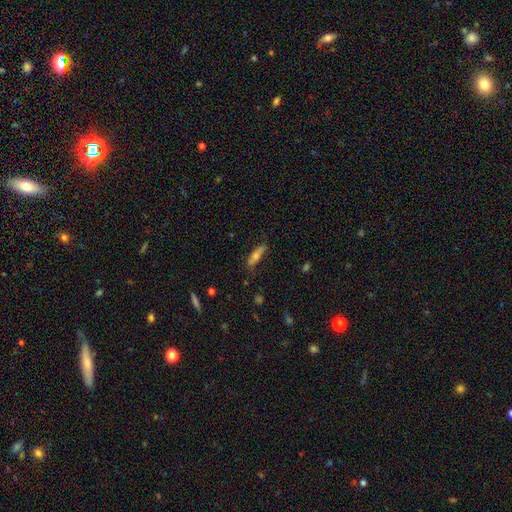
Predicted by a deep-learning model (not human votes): Smooth or featured? smooth (58%)
How rounded? cigar-shaped (70%)
Merging? none (70%)